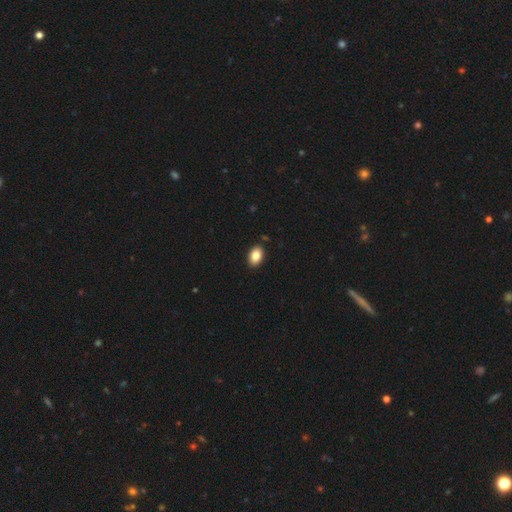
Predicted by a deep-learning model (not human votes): Q: Smooth or featured?
A: smooth (85%); runner-up: star or artifact (8%)
Q: How rounded?
A: in between (87%); runner-up: round (12%)
Q: Merging?
A: none (90%); runner-up: minor disturbance (7%)